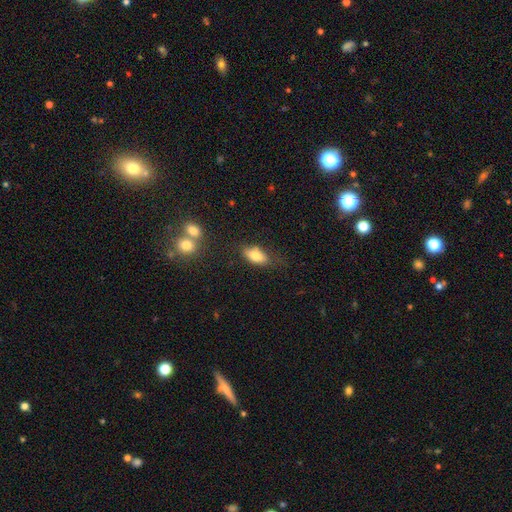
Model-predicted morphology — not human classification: smooth_or_featured: smooth (p=0.77) [alt: featured or disk p=0.15]
how_rounded: in between (p=0.86) [alt: cigar-shaped p=0.09]
merging: none (p=0.70) [alt: minor disturbance p=0.20]